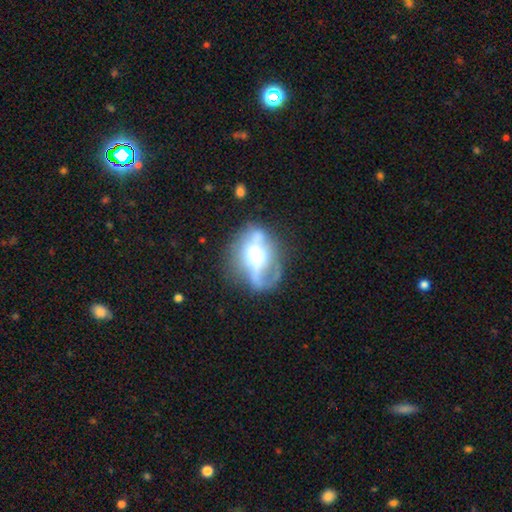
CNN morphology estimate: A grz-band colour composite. It shows a featured or disk galaxy (59%) with no bar (56%), no spiral arms (64%) and a moderate central bulge (56%). Merging: none (45%).